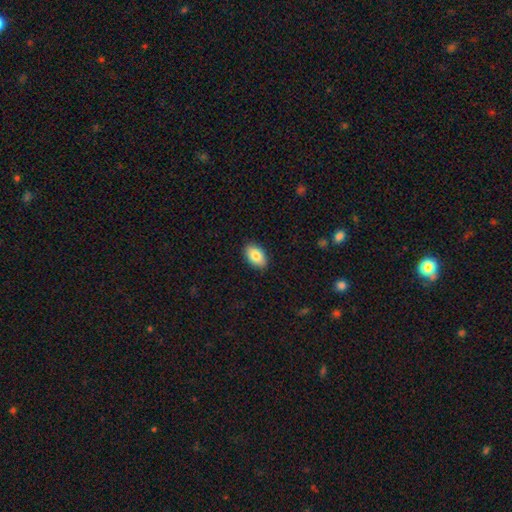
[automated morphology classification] Q: Smooth or featured?
A: smooth (83%); runner-up: featured or disk (10%)
Q: How rounded?
A: in between (92%); runner-up: round (7%)
Q: Merging?
A: none (89%); runner-up: minor disturbance (9%)